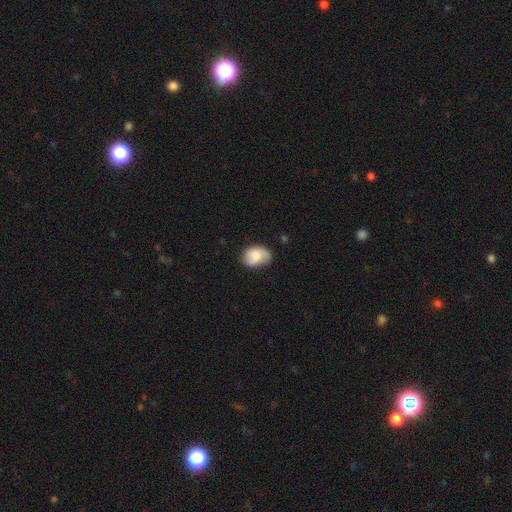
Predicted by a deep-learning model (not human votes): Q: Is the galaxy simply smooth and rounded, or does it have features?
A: smooth — 70%.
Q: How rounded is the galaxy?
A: in between — 69%.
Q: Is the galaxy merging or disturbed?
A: none — 56%.